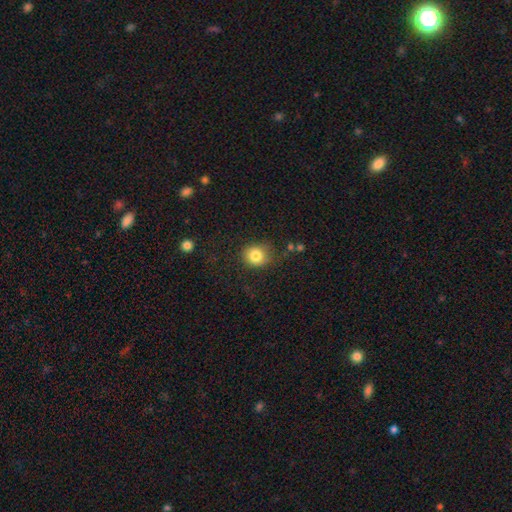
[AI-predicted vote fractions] Overall: smooth (81%). How rounded: round (80%). Merging: none (75%).